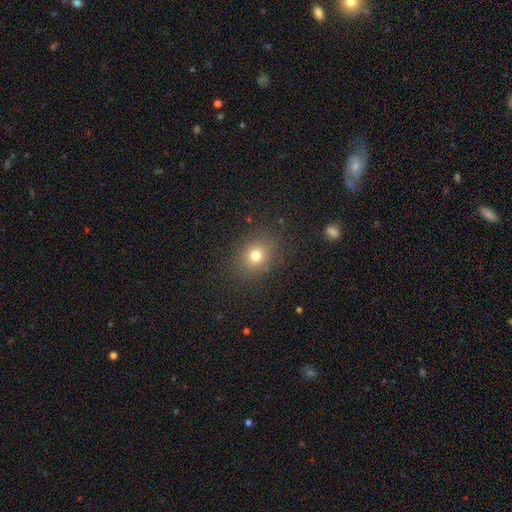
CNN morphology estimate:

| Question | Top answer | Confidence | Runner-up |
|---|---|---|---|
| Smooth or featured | smooth | 75% | star or artifact (16%) |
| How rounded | round | 65% | in between (34%) |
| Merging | none | 86% | minor disturbance (9%) |